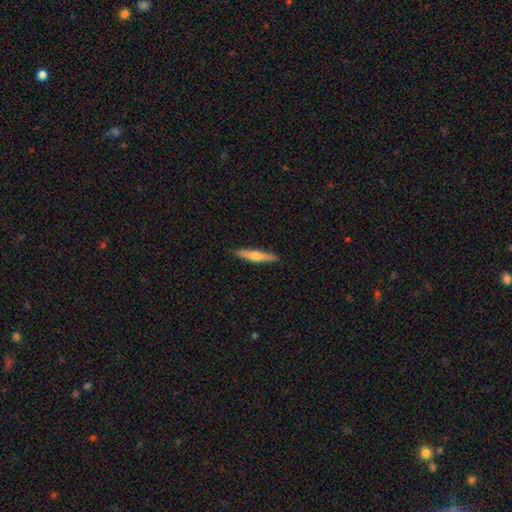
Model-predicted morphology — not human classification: A smooth galaxy with no disk features (48%). Merging: none (91%).